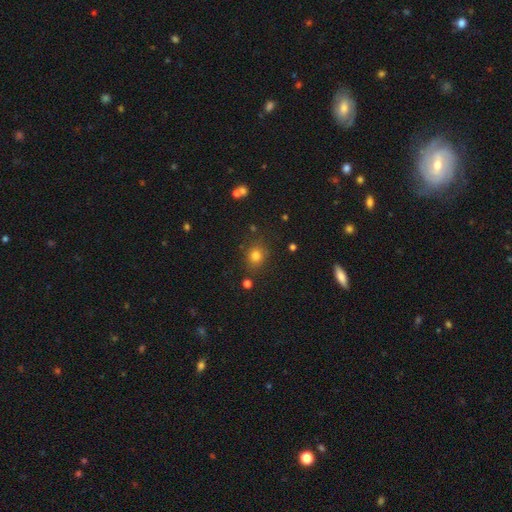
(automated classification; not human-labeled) A smooth galaxy with no disk features (78%) that is round (70%). Merging: none (80%).